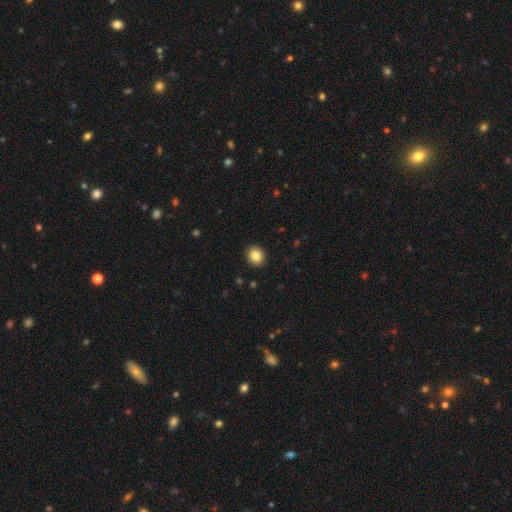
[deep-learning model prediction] smooth_or_featured: smooth (p=0.85) [alt: star or artifact p=0.10]
how_rounded: round (p=0.75) [alt: in between p=0.24]
merging: none (p=0.92) [alt: minor disturbance p=0.05]